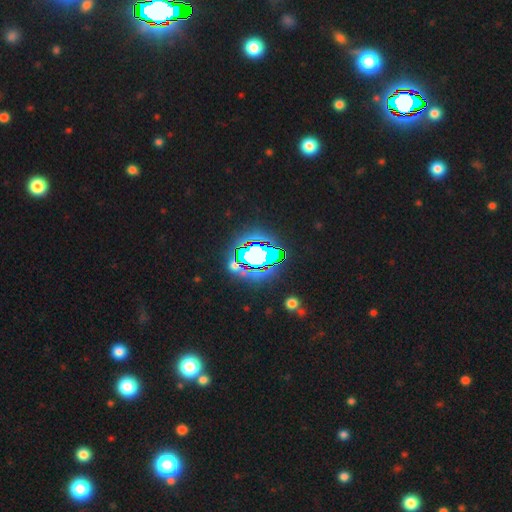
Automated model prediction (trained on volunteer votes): Smooth or featured? star or artifact (66%)